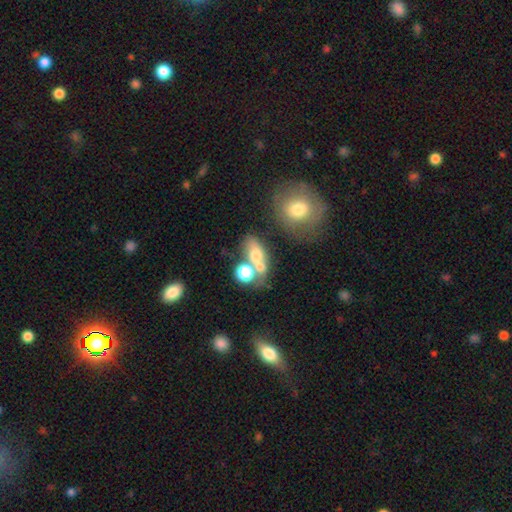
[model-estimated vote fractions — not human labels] Q: Smooth or featured?
A: smooth (63%); runner-up: featured or disk (23%)
Q: How rounded?
A: in between (54%); runner-up: round (41%)
Q: Merging?
A: merger (51%); runner-up: none (31%)